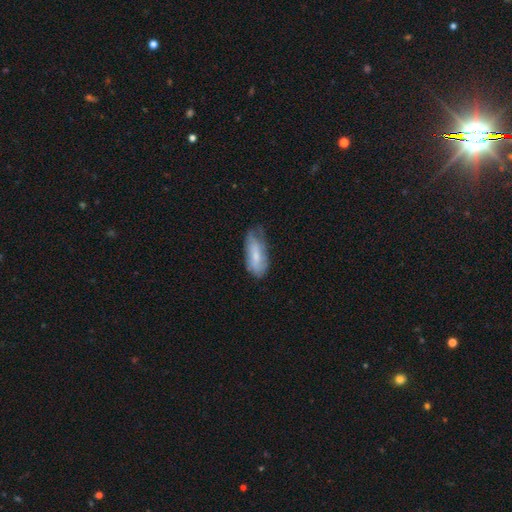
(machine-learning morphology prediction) Overall: smooth (61%; featured or disk 31%). How rounded: in between (81%). Merging: none (48%; minor disturbance 37%).